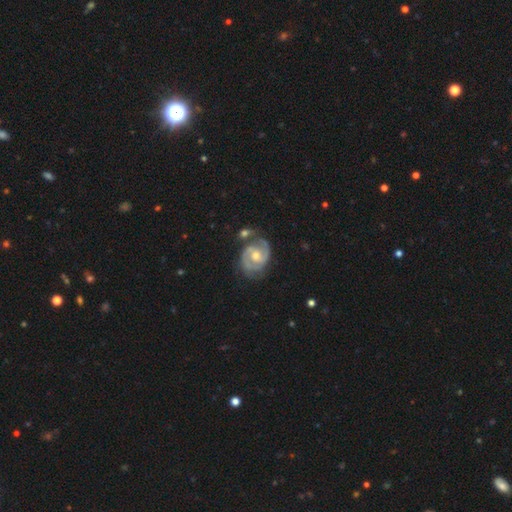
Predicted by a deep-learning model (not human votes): Smooth or featured: featured or disk — 89% (smooth — 6%)
Edge-on disk: no — 98% (yes — 2%)
Bar: no — 48% (weak — 41%)
Spiral arms: yes — 97% (no — 3%)
Spiral winding: tight — 48% (medium — 44%)
Spiral arm count: 2 — 90% (can't tell — 4%)
Bulge size: moderate — 65% (small — 29%)
Merging: none — 66% (minor disturbance — 18%)